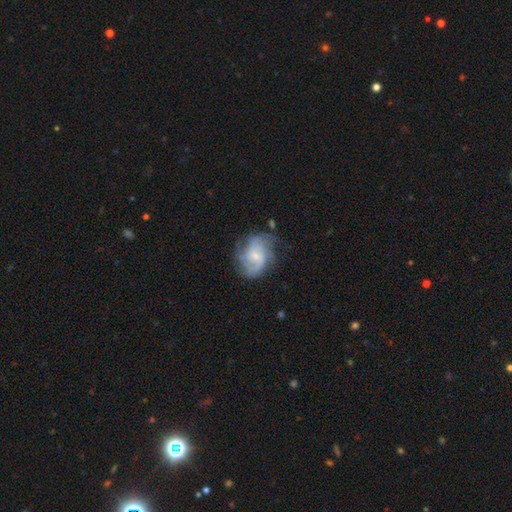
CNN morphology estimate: Overall: featured or disk (74%). Edge-on disk: no (98%). Bar: no (55%; weak 39%). Spiral arms: yes (90%). Spiral arm count: 2 (31%; can't tell 28%). Spiral winding: medium (46%; tight 29%). Bulge size: small (61%; moderate 28%). Merging: none (57%; minor disturbance 24%).